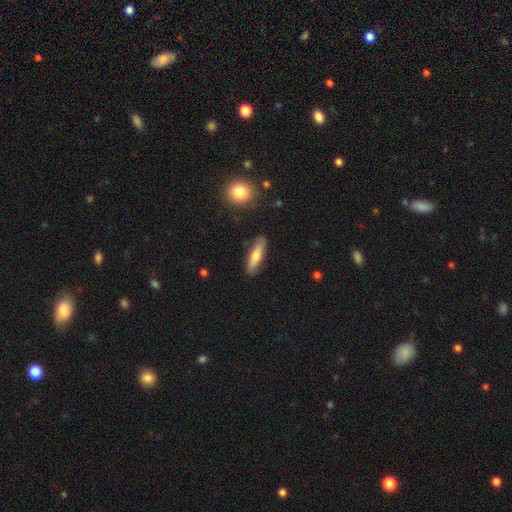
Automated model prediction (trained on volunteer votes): Smooth or featured?
  - smooth: 63% *
  - featured or disk: 31%
  - star or artifact: 6%
How rounded?
  - cigar-shaped: 67% *
  - in between: 30%
  - round: 2%
Merging?
  - none: 84% *
  - minor disturbance: 12%
  - major disturbance: 2%
  - merger: 2%